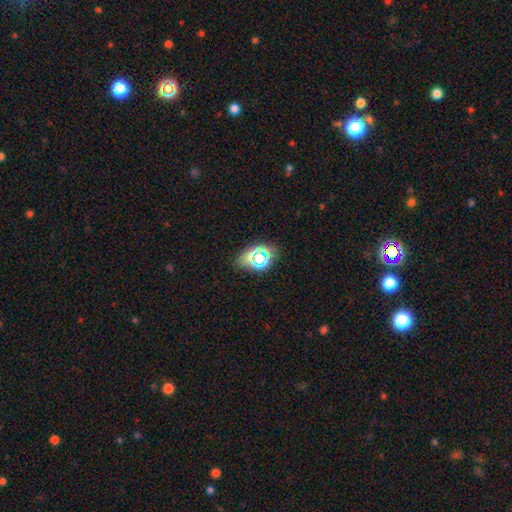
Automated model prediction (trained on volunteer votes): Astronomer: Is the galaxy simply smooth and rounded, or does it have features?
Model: smooth — 48% (runner-up: star or artifact, 39%).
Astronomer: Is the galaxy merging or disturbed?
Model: none — 75%.